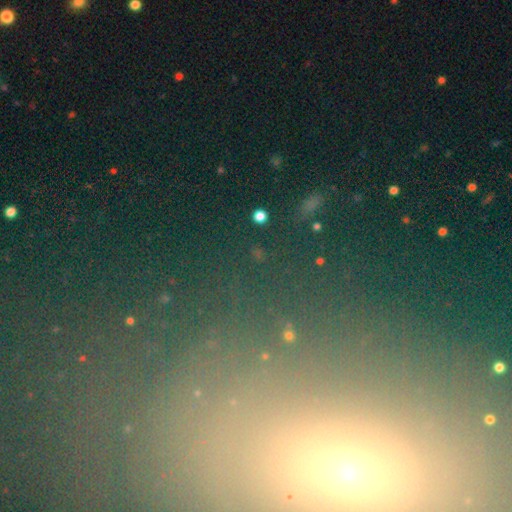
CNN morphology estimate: Smooth or featured: star or artifact — 63% (smooth — 23%)